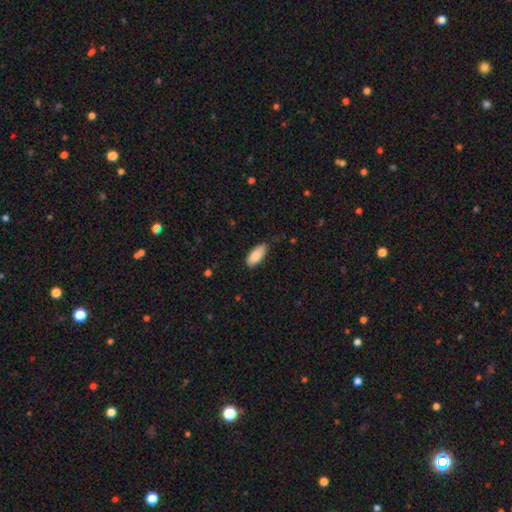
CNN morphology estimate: Smooth or featured? Predicted: smooth (p=0.86). How rounded? Predicted: in between (p=0.86). Merging? Predicted: none (p=0.77).